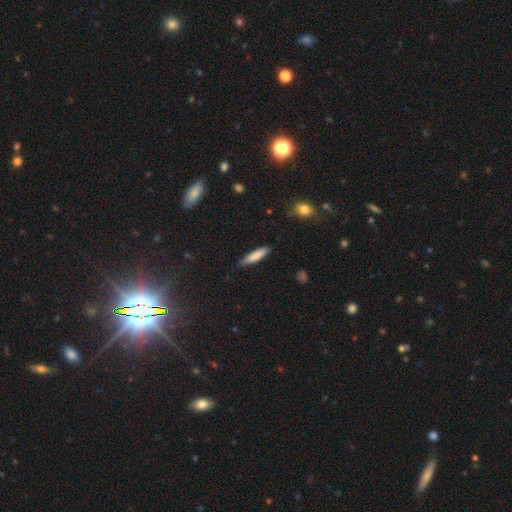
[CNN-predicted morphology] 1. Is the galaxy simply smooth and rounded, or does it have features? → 80% smooth, 14% featured or disk, 6% star or artifact.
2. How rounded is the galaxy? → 80% cigar-shaped, 18% in between, 1% round.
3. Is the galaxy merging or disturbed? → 76% none, 19% minor disturbance, 3% major disturbance, 2% merger.